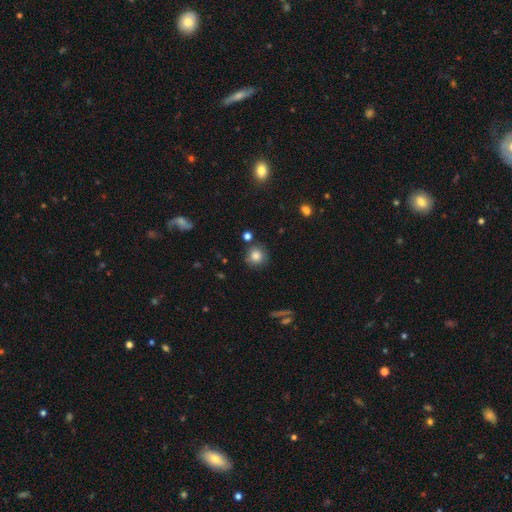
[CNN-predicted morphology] This is clearly a smooth galaxy (83%). How rounded: clearly round (91%). Merging: clearly none (83%).